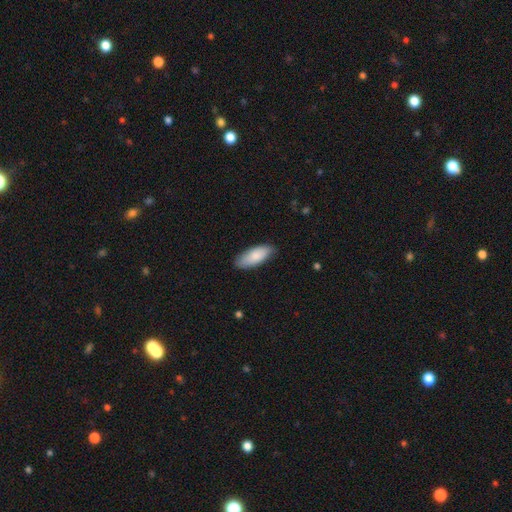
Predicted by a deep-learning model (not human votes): smooth_or_featured: smooth (p=0.85) [alt: featured or disk p=0.09]
how_rounded: in between (p=0.80) [alt: cigar-shaped p=0.18]
merging: none (p=0.83) [alt: minor disturbance p=0.14]